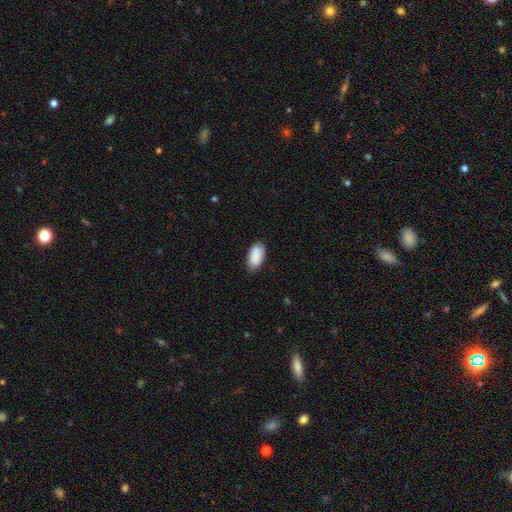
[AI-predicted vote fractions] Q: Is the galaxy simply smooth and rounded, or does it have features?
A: smooth — 90%.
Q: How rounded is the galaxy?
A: in between — 95%.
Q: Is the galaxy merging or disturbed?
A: none — 82%.